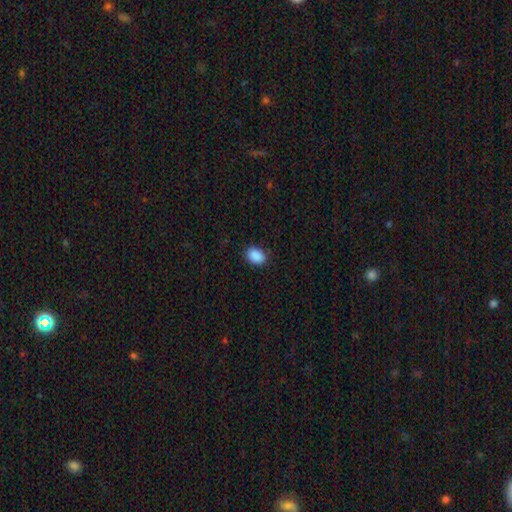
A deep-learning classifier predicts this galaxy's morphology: This is clearly a smooth galaxy (90%). How rounded: likely in between (78%). Merging: clearly none (85%).